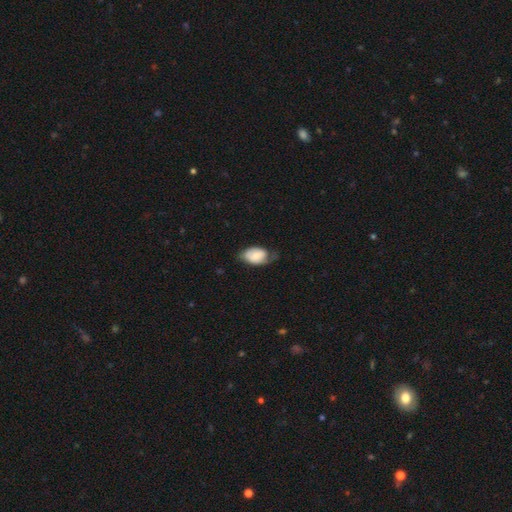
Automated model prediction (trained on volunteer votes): A smooth galaxy with no disk features (62%) that is in between round and cigar-shaped (89%).

Vote fractions:
- Smooth or featured? smooth: 62% / featured or disk: 31% / star or artifact: 6%
- How rounded? in between: 89% / round: 9% / cigar-shaped: 1%
- Merging? none: 43% / minor disturbance: 37% / major disturbance: 19% / merger: 2%